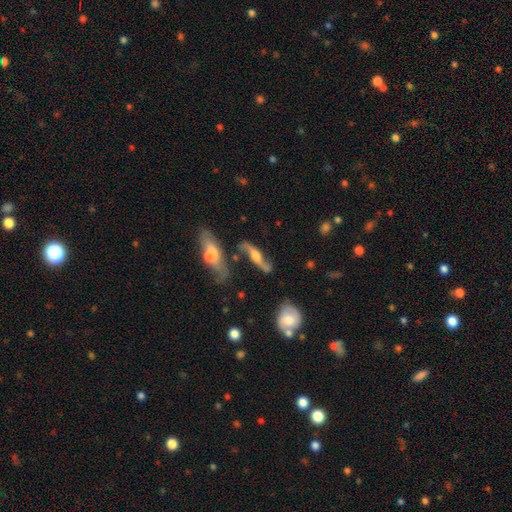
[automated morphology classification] A featured or disk galaxy (82%) with no bar (52%), 2 (93%) loose (80%) spiral arms (93%) and a moderate central bulge (51%). Merging: none (69%).